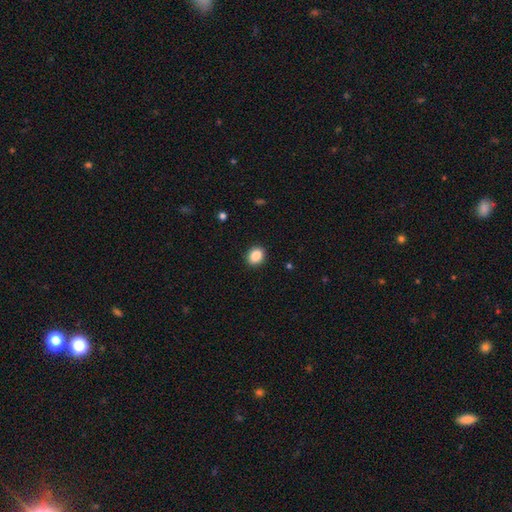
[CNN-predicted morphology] Smooth or featured: smooth — 88% (star or artifact — 9%)
How rounded: round — 54% (in between — 45%)
Merging: none — 91% (minor disturbance — 6%)